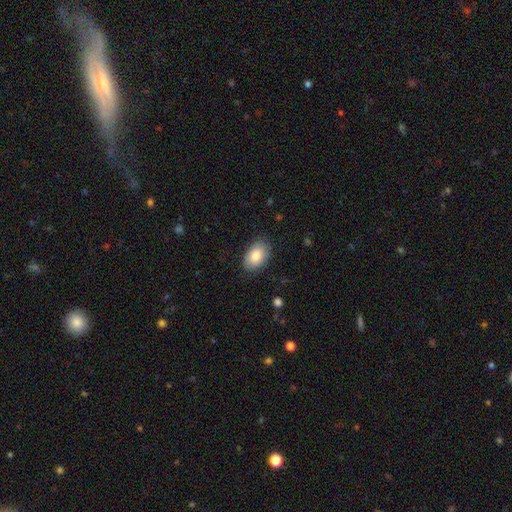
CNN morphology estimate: This is clearly a smooth galaxy (84%). How rounded: clearly in between (92%). Merging: clearly none (84%).